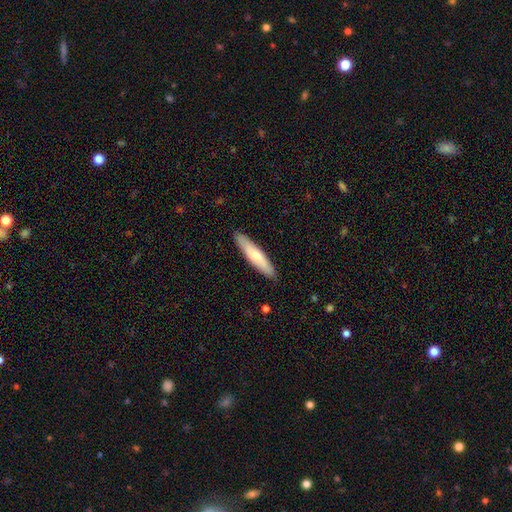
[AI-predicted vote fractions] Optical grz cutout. It shows a smooth galaxy with no disk features (64%) that is cigar-shaped (83%). Merging: none (90%).